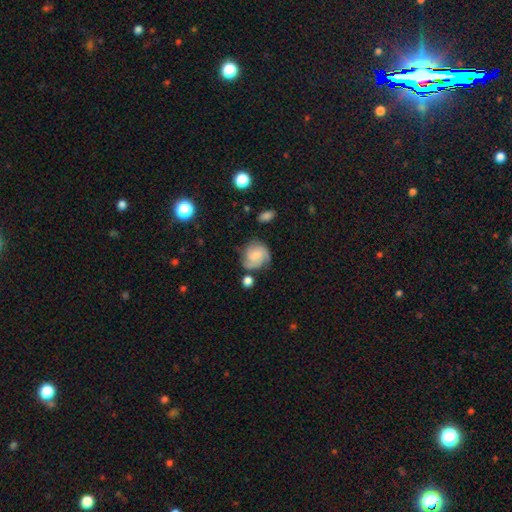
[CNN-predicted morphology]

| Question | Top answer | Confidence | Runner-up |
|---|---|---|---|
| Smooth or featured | featured or disk | 58% | smooth (34%) |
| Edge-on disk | no | 98% | yes (2%) |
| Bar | no | 63% | weak (32%) |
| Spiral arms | yes | 91% | no (9%) |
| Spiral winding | tight | 47% | medium (39%) |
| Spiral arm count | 3 | 38% | 2 (24%) |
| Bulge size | small | 40% | moderate (27%) |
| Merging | none | 61% | minor disturbance (23%) |